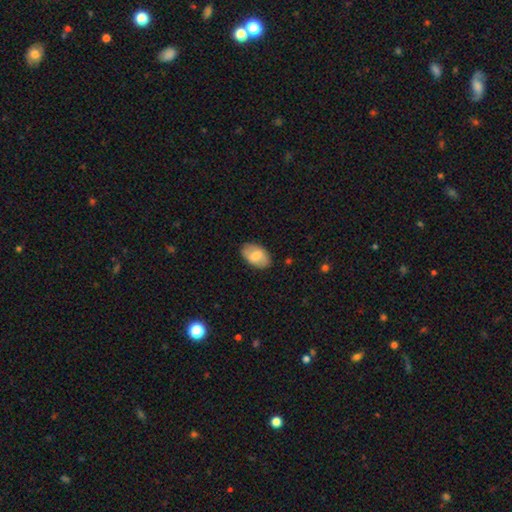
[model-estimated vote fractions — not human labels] smooth 67%, featured or disk 27%, star or artifact 6%. Down the decision tree: how rounded — in between (92%); merging — none (82%).